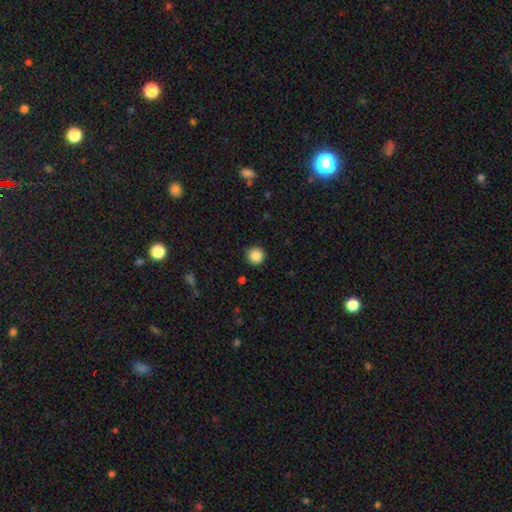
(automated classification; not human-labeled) This appears to be a smooth galaxy with no disk features (87%) that is round (95%). Merging: none (91%).